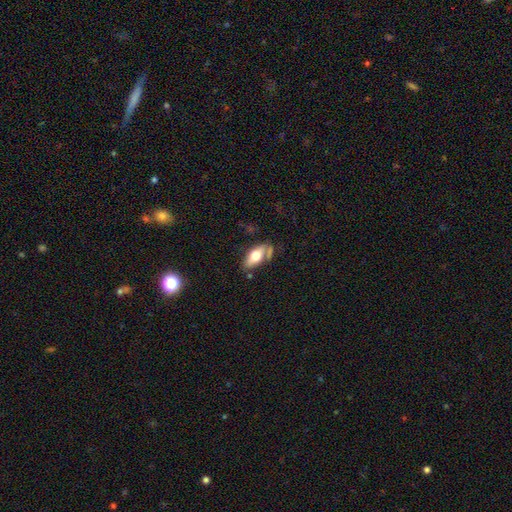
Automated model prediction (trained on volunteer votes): Overall: smooth (57%; featured or disk 36%). How rounded: in between (82%). Merging: none (59%; minor disturbance 22%).